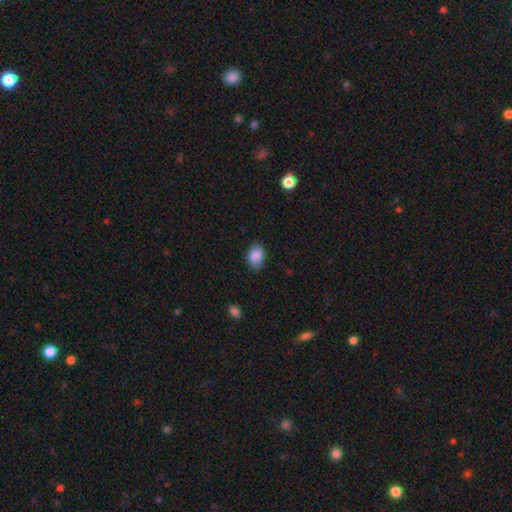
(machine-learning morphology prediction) This appears to be a smooth galaxy with no disk features (88%) that is in between round and cigar-shaped (72%). Merging: none (79%).